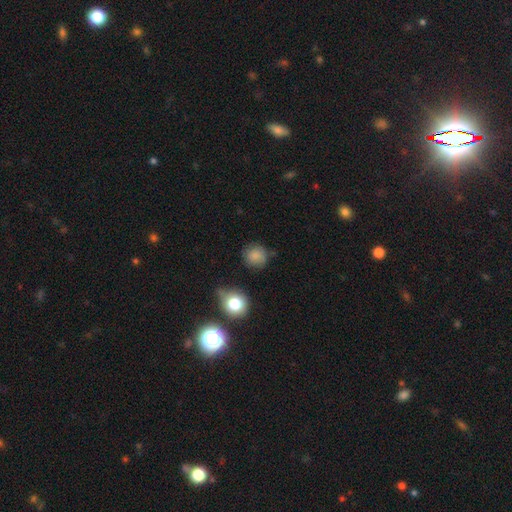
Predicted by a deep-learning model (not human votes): This appears to be a smooth galaxy with no disk features (80%) that is round (88%). Merging: none (72%).